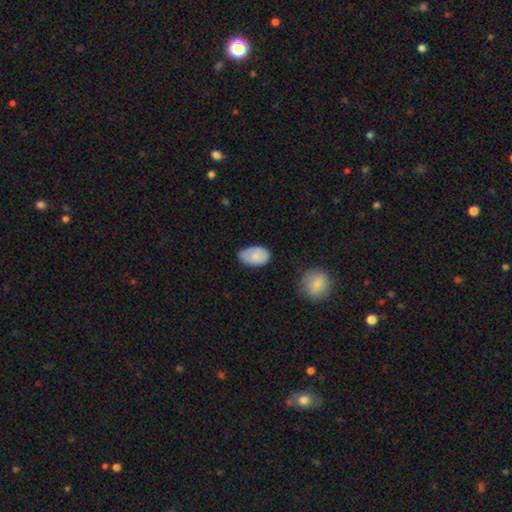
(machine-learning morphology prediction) smooth 81%, featured or disk 12%, star or artifact 7%. Down the decision tree: how rounded — in between (91%); merging — none (63%).